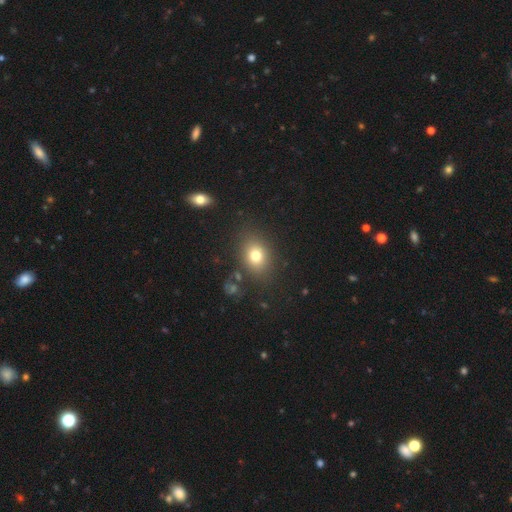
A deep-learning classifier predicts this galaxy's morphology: Smooth or featured?
  - smooth: 77% *
  - star or artifact: 13%
  - featured or disk: 10%
How rounded?
  - in between: 54% *
  - round: 45%
  - cigar-shaped: 1%
Merging?
  - none: 82% *
  - minor disturbance: 11%
  - major disturbance: 4%
  - merger: 3%